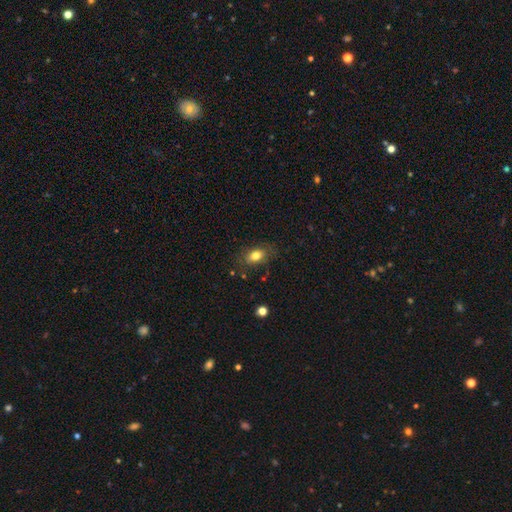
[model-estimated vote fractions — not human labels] A smooth galaxy with no disk features (78%) that is in between round and cigar-shaped (82%). Merging: none (77%).